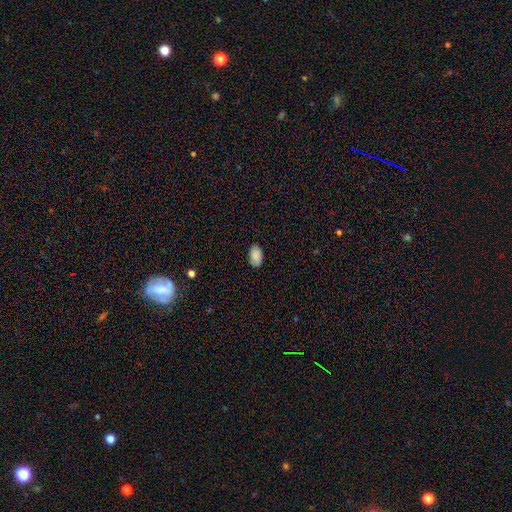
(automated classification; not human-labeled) Overall: smooth (89%). How rounded: in between (91%). Merging: none (86%).